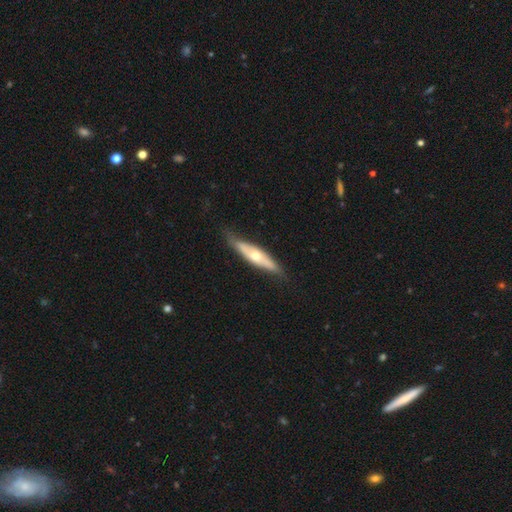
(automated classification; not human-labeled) Overall: featured or disk (55%; smooth 40%). Edge-on disk: yes (72%). Merging: none (75%).